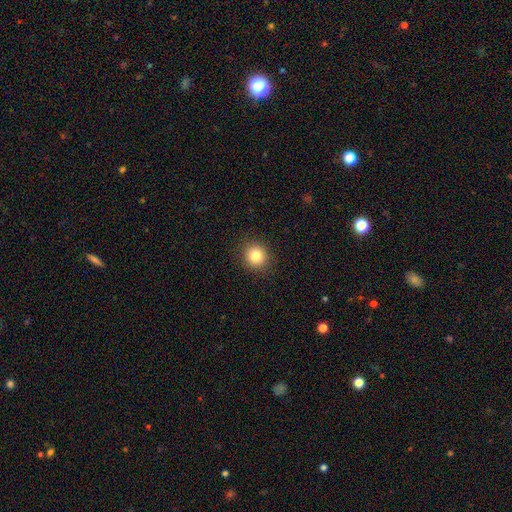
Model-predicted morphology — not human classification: Q: Smooth or featured?
A: smooth (83%); runner-up: star or artifact (11%)
Q: How rounded?
A: round (90%); runner-up: in between (9%)
Q: Merging?
A: none (91%); runner-up: minor disturbance (6%)